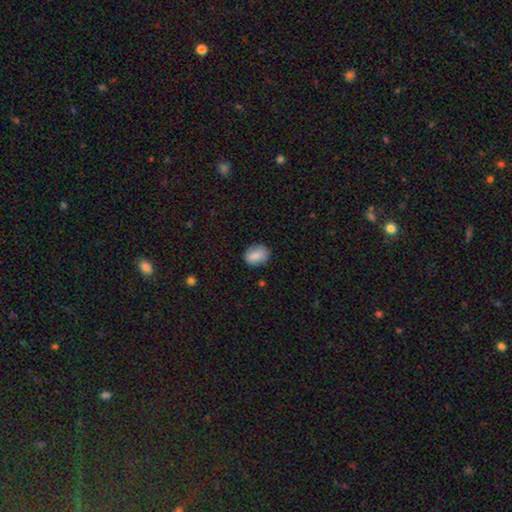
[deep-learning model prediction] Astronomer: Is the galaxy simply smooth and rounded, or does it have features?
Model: smooth — 85%.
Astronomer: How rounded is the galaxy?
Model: in between — 67%.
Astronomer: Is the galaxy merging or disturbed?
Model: none — 80%.